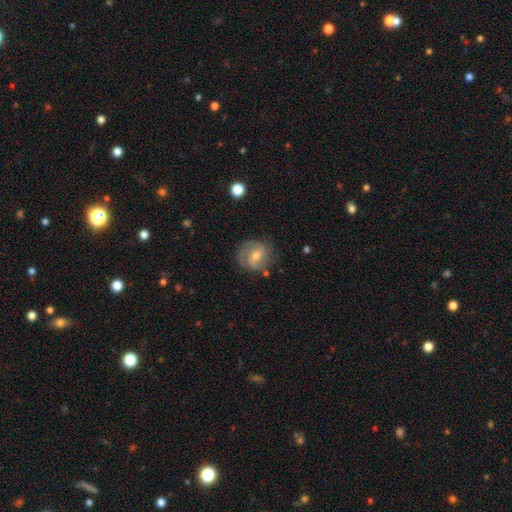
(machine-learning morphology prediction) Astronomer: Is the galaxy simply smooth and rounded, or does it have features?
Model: featured or disk — 62%.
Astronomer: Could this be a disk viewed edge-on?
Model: no — 97%.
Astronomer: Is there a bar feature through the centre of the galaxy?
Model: weak — 48% (runner-up: no, 38%).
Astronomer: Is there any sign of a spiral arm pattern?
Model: yes — 84%.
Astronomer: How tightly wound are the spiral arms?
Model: medium — 44% (runner-up: tight, 36%).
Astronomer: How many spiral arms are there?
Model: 2 — 63%.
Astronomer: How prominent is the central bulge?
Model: moderate — 53% (runner-up: small, 42%).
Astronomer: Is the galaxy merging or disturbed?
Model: none — 68%.